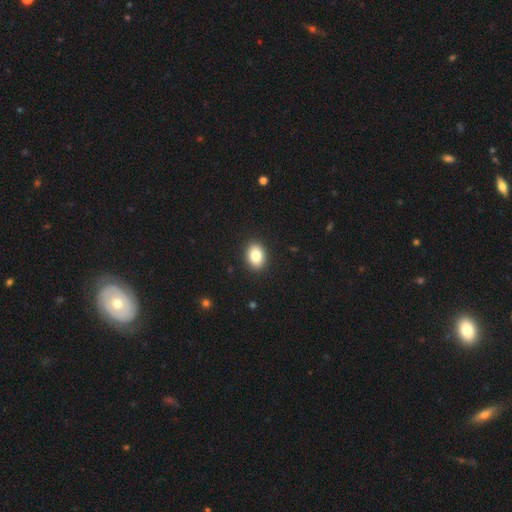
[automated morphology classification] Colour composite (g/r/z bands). It shows a smooth galaxy with no disk features (85%) that is in between round and cigar-shaped (71%). Merging: none (91%).